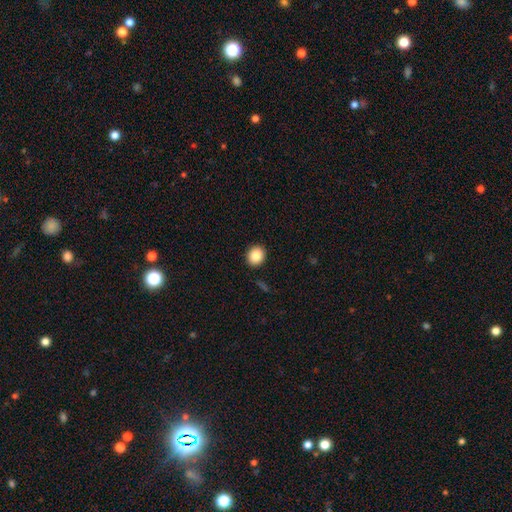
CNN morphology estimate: This is clearly a smooth galaxy (86%). How rounded: likely round (70%). Merging: clearly none (91%).